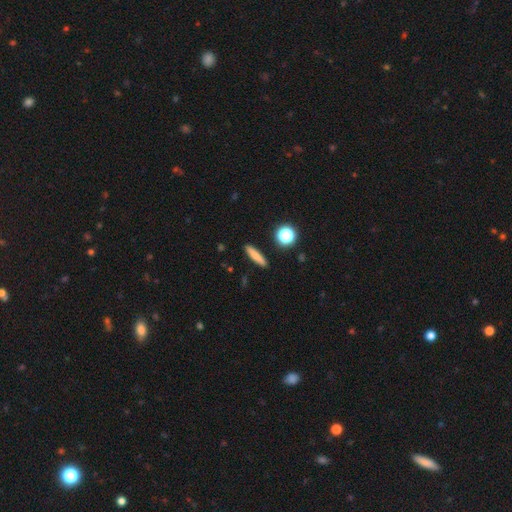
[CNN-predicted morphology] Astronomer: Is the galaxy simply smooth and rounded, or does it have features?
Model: smooth — 77%.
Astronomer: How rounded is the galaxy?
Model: cigar-shaped — 83%.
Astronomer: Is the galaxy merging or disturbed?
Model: none — 91%.